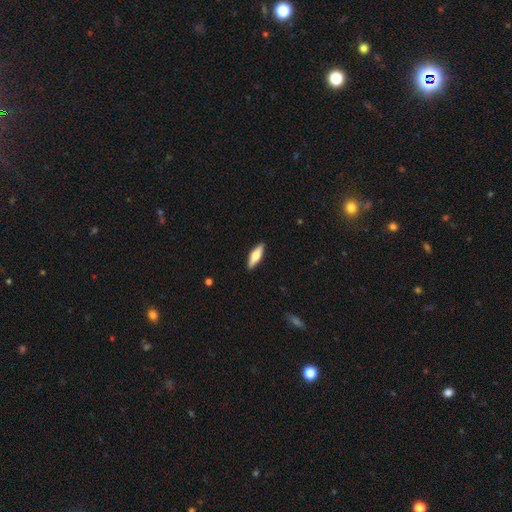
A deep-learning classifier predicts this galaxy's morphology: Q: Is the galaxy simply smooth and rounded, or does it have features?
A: smooth — 50%.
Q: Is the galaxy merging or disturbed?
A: none — 90%.